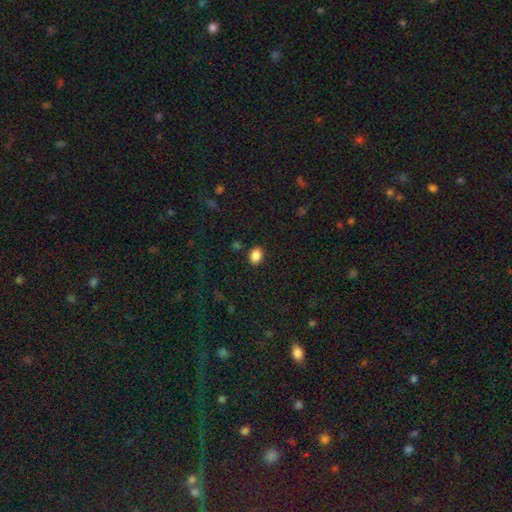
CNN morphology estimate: The model was most divided on "how rounded": in between: 61%, round: 38%, cigar-shaped: 1%. More confident: smooth or featured — smooth (86%); merging — none (85%).